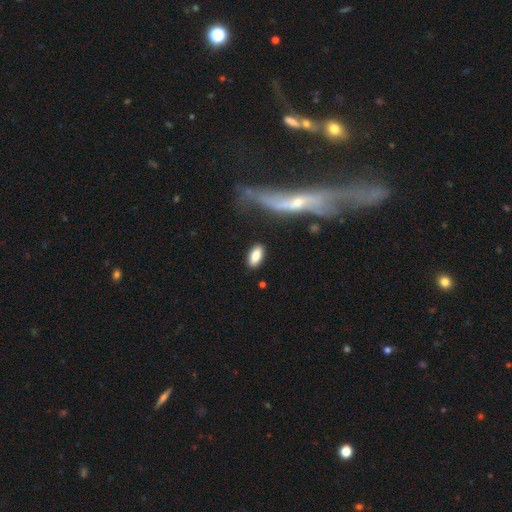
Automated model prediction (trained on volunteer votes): smooth 83%, featured or disk 11%, star or artifact 6%. Down the decision tree: how rounded — in between (90%); merging — none (83%).